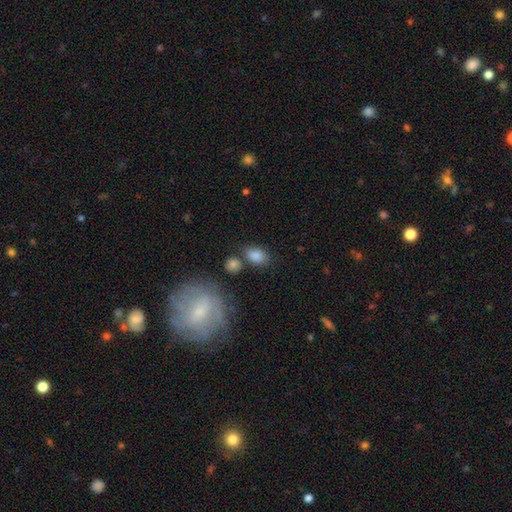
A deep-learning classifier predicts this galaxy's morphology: smooth 81%, featured or disk 10%, star or artifact 9%. Down the decision tree: how rounded — in between (75%); merging — none (67%).